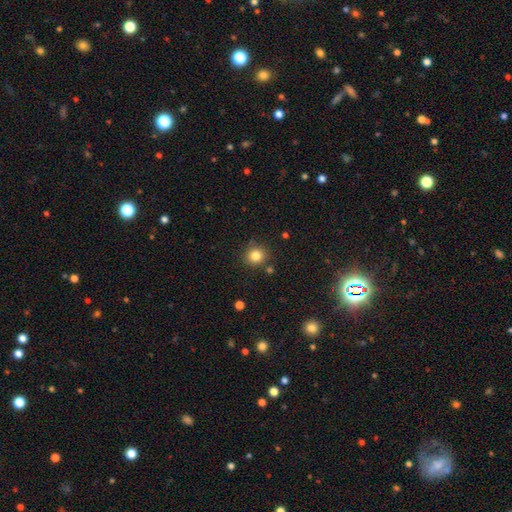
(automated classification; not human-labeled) Q: Smooth or featured?
A: smooth (82%); runner-up: star or artifact (12%)
Q: How rounded?
A: round (87%); runner-up: in between (12%)
Q: Merging?
A: none (84%); runner-up: minor disturbance (9%)